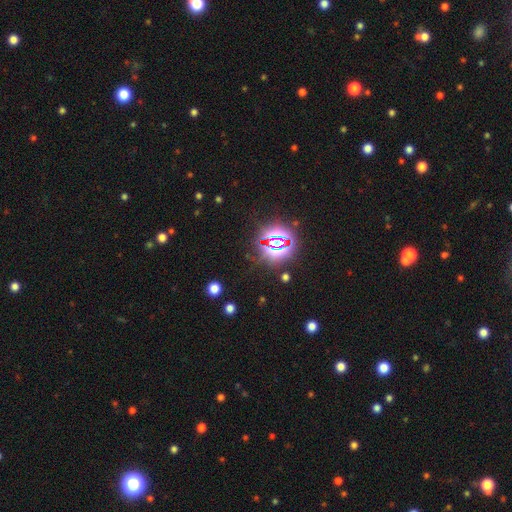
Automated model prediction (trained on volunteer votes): The model was most divided on "smooth or featured": star or artifact: 81%, smooth: 12%, featured or disk: 7%.